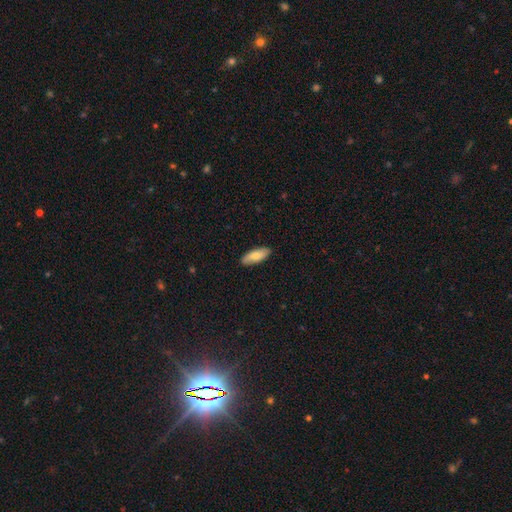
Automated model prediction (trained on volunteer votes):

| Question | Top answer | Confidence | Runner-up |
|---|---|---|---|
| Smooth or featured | smooth | 79% | featured or disk (16%) |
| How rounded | in between | 73% | cigar-shaped (25%) |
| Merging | none | 88% | minor disturbance (9%) |